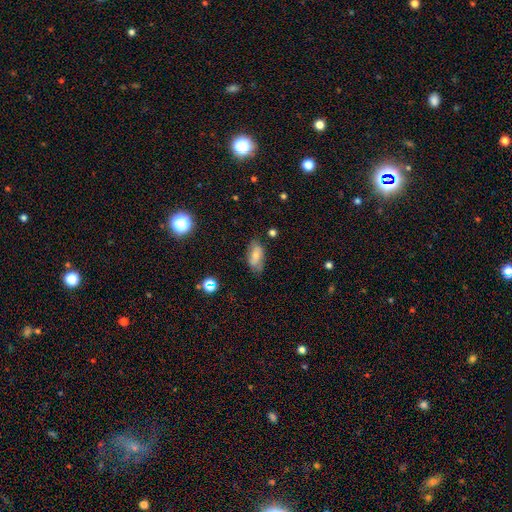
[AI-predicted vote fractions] Smooth or featured: smooth — 61% (featured or disk — 29%)
How rounded: in between — 88% (cigar-shaped — 8%)
Merging: none — 70% (minor disturbance — 22%)